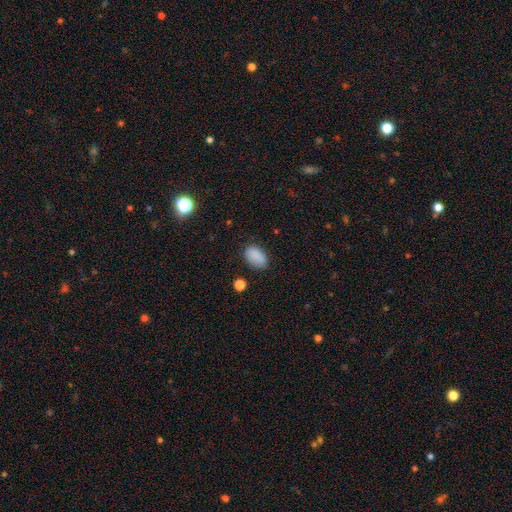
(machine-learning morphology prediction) Smooth or featured?
  - smooth: 87% *
  - star or artifact: 9%
  - featured or disk: 4%
How rounded?
  - in between: 90% *
  - round: 8%
  - cigar-shaped: 2%
Merging?
  - none: 79% *
  - minor disturbance: 15%
  - major disturbance: 4%
  - merger: 2%